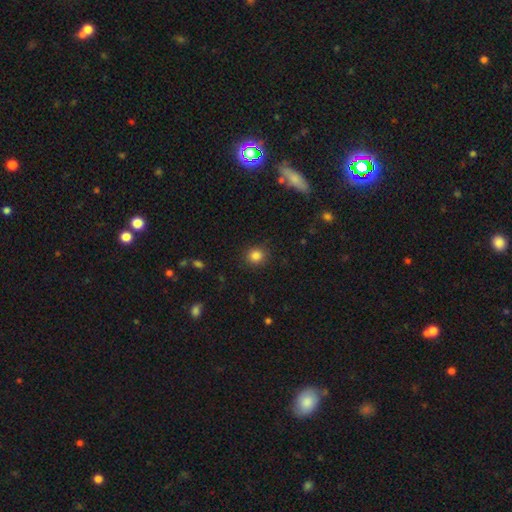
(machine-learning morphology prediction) Smooth or featured: smooth — 84% (star or artifact — 11%)
How rounded: round — 88% (in between — 11%)
Merging: none — 89% (minor disturbance — 7%)